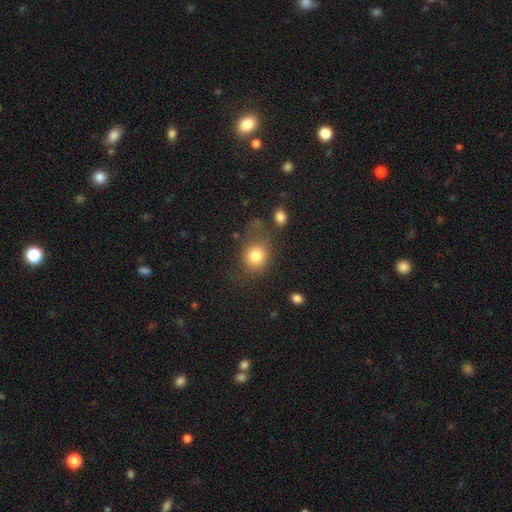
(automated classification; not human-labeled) Overall: smooth (80%). How rounded: round (70%). Merging: none (60%; minor disturbance 20%).